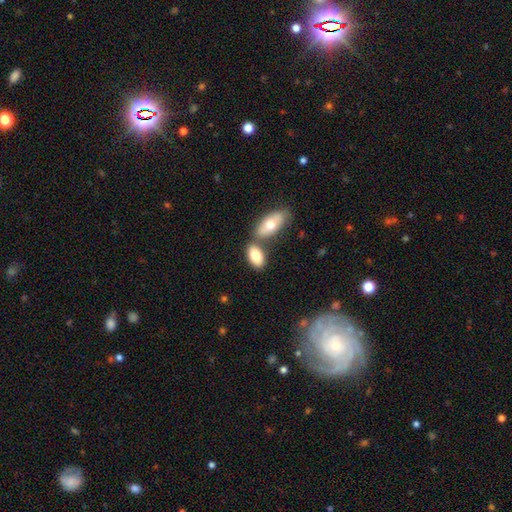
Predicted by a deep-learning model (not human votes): Smooth or featured?
  - smooth: 76% *
  - featured or disk: 18%
  - star or artifact: 6%
How rounded?
  - in between: 92% *
  - cigar-shaped: 4%
  - round: 4%
Merging?
  - none: 50% *
  - merger: 37%
  - minor disturbance: 10%
  - major disturbance: 3%